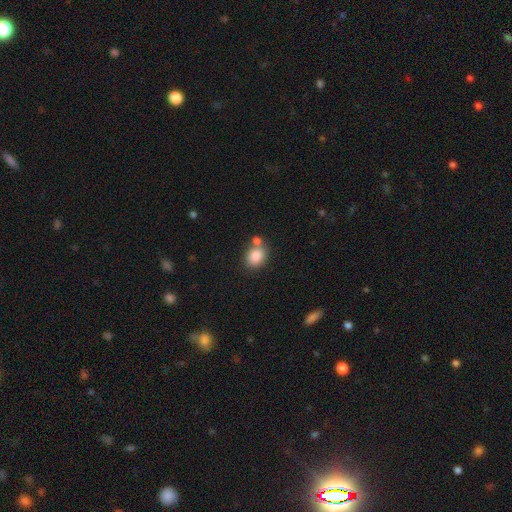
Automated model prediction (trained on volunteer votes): This appears to be a smooth galaxy with no disk features (85%) that is round (50%). Merging: none (57%).